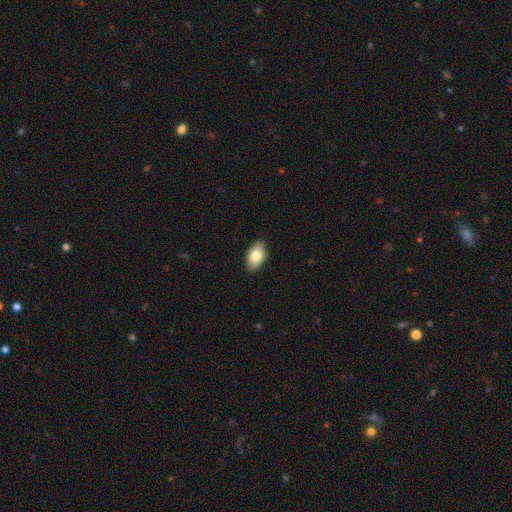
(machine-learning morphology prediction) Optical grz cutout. It shows a smooth galaxy with no disk features (81%) that is in between round and cigar-shaped (92%). Merging: none (89%).